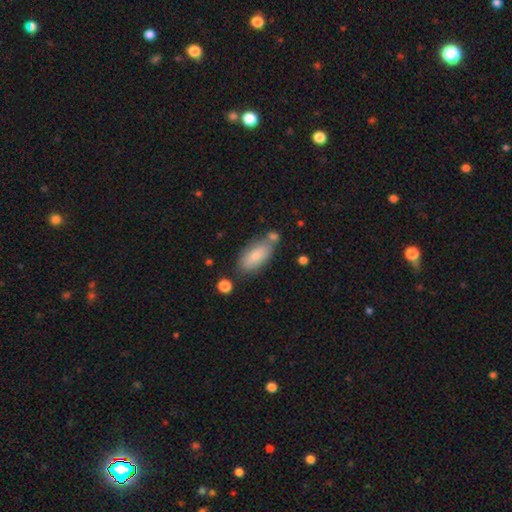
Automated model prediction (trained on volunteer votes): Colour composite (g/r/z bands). It shows a smooth galaxy with no disk features (81%) that is in between round and cigar-shaped (85%). Merging: none (62%).